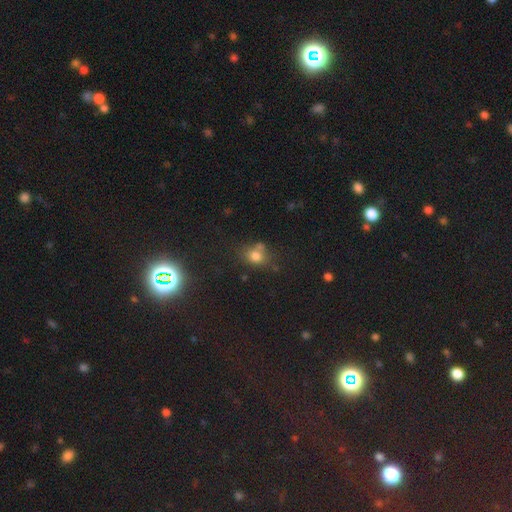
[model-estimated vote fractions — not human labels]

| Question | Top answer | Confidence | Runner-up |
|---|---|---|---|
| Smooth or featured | smooth | 73% | star or artifact (17%) |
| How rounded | round | 54% | in between (44%) |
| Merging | none | 56% | merger (21%) |